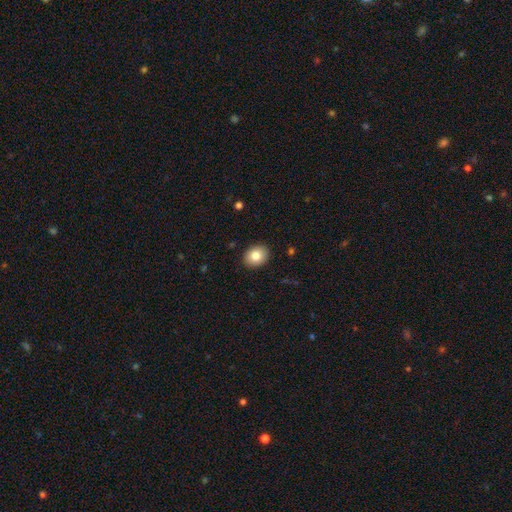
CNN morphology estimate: type=smooth (83%); roundness=in between (53%); merging=none (90%).